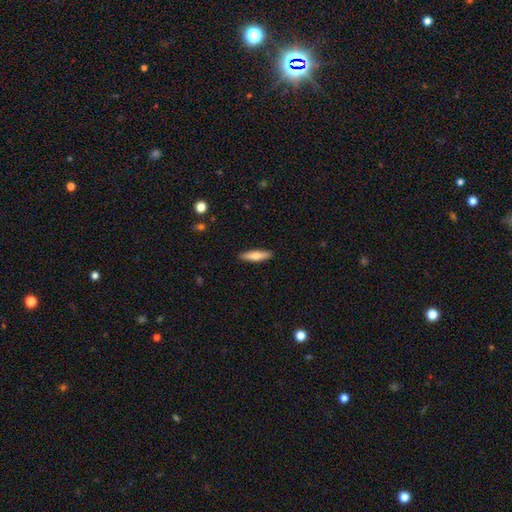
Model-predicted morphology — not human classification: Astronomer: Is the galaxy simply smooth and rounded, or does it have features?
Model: smooth — 71%.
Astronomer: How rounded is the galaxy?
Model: cigar-shaped — 73%.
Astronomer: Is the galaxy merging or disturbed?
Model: none — 90%.